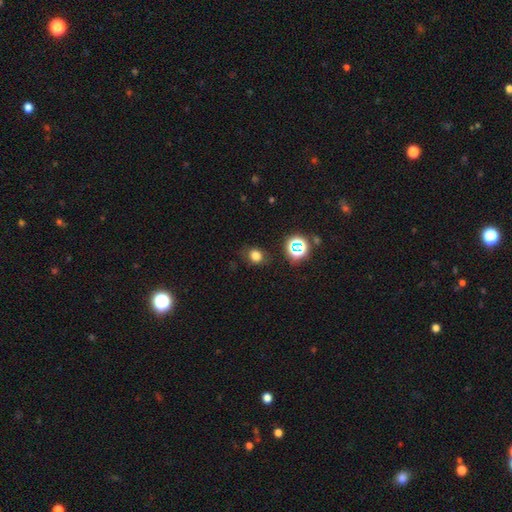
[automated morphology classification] This is likely a smooth galaxy (74%). How rounded: possibly round (59%). Merging: likely none (75%).